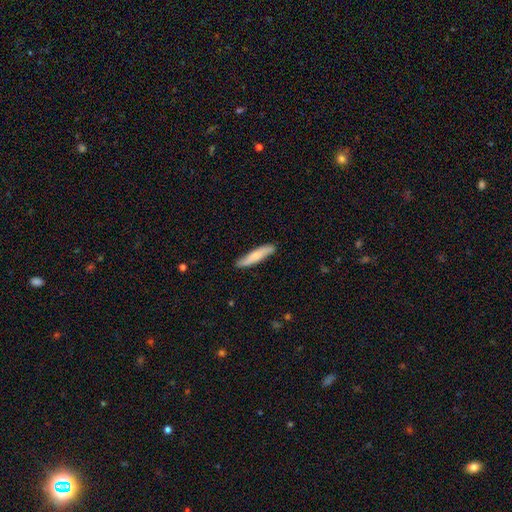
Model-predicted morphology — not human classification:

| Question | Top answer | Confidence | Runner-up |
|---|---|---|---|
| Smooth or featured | smooth | 70% | featured or disk (24%) |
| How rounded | cigar-shaped | 83% | in between (15%) |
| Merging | none | 86% | minor disturbance (11%) |